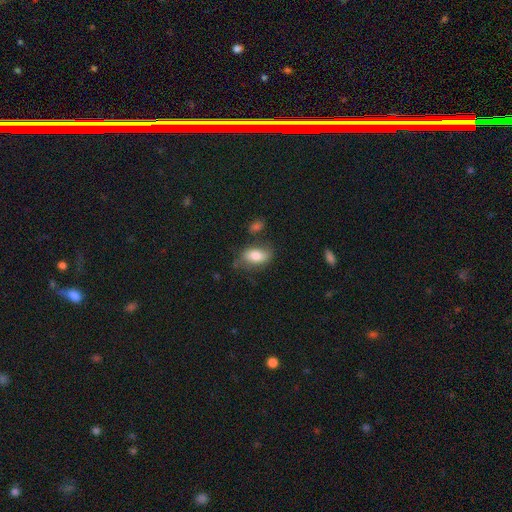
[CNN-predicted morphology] smooth 75%, featured or disk 18%, star or artifact 7%. Down the decision tree: how rounded — in between (90%); merging — none (62%).